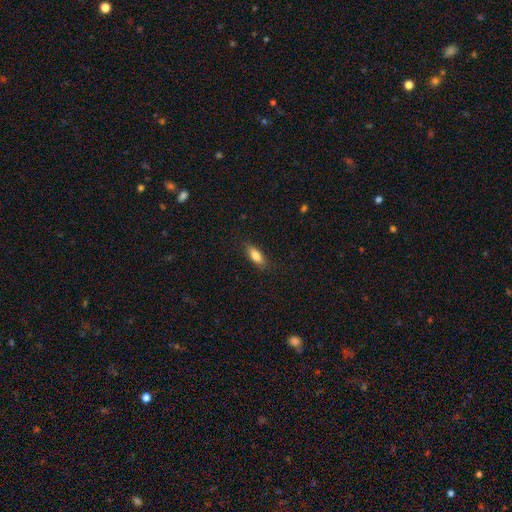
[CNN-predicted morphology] Smooth or featured? smooth (82%)
How rounded? in between (75%)
Merging? none (85%)